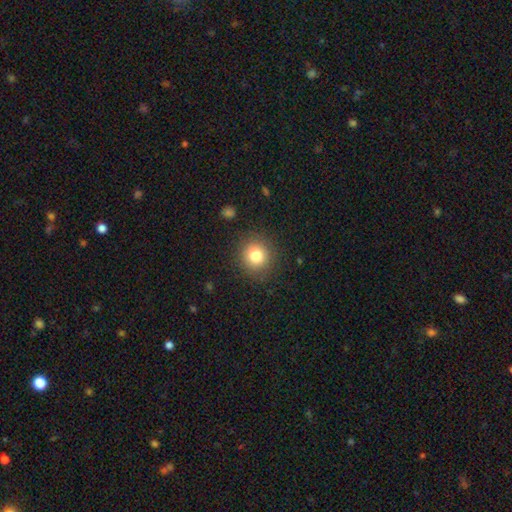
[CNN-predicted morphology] A smooth galaxy with no disk features (80%) that is round (91%).

Vote fractions:
- Smooth or featured? smooth: 80% / star or artifact: 11% / featured or disk: 9%
- How rounded? round: 91% / in between: 8% / cigar-shaped: 1%
- Merging? none: 88% / minor disturbance: 8% / major disturbance: 3% / merger: 1%